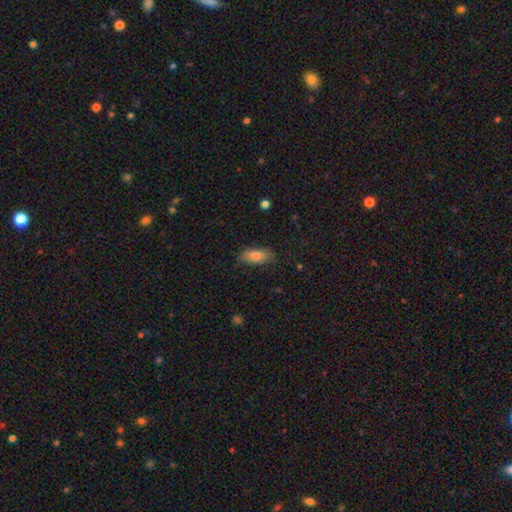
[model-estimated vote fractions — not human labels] A smooth galaxy with no disk features (79%) that is in between round and cigar-shaped (83%). Merging: none (74%).